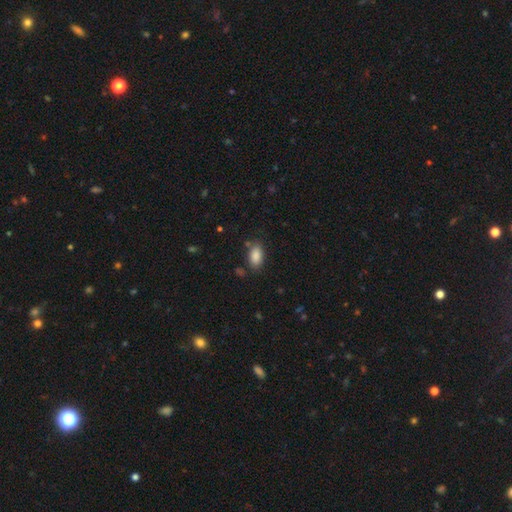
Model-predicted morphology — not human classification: type=smooth (88%); roundness=in between (92%); merging=none (79%).